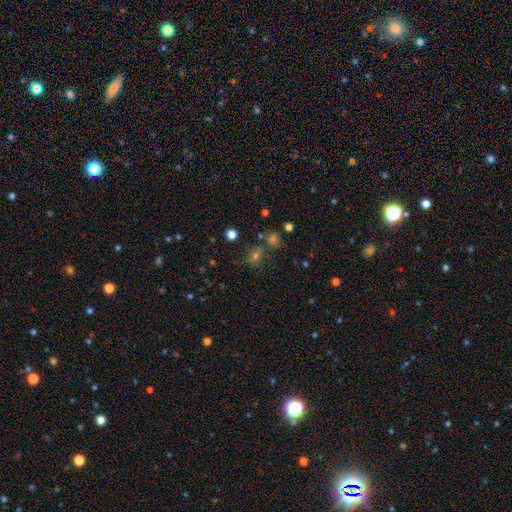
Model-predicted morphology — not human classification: Smooth or featured? star or artifact (51%)